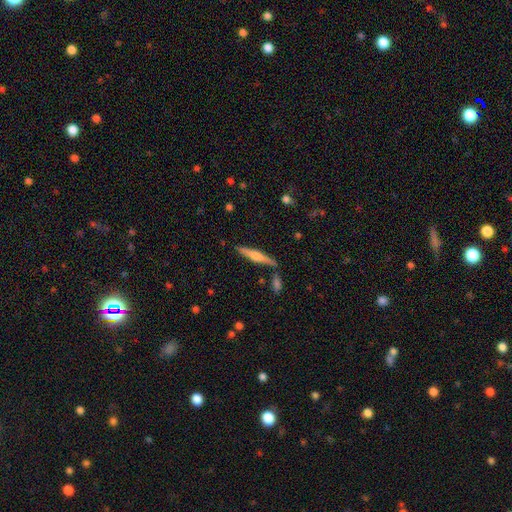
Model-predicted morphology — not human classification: Smooth or featured? featured or disk (65%)
Edge-on disk? yes (97%)
Edge-on bulge? rounded (79%)
Merging? none (83%)